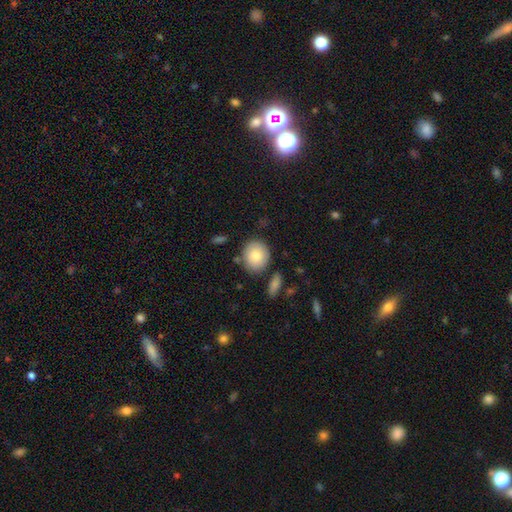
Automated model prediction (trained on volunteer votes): Smooth or featured?
  - smooth: 82% *
  - featured or disk: 11%
  - star or artifact: 7%
How rounded?
  - round: 71% *
  - in between: 28%
  - cigar-shaped: 1%
Merging?
  - none: 79% *
  - minor disturbance: 13%
  - merger: 5%
  - major disturbance: 3%